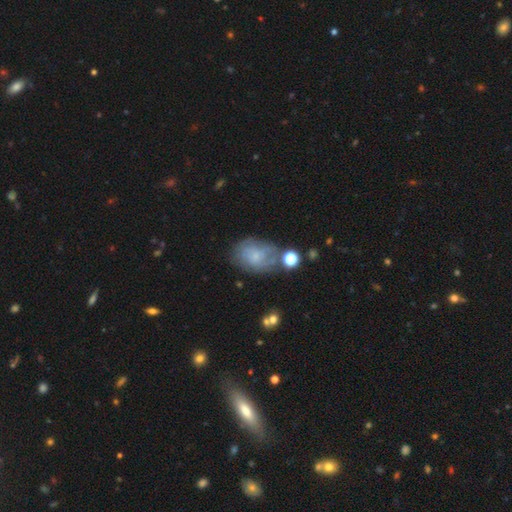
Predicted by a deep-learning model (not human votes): smooth-or-featured: smooth: 45% | featured or disk: 44% | star or artifact: 11%
  merging: none: 53% | minor disturbance: 26% | major disturbance: 14% | merger: 8%